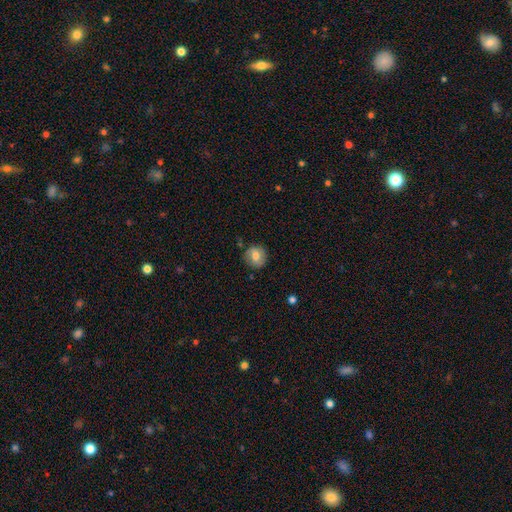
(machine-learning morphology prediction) Smooth or featured: smooth — 72% (featured or disk — 19%)
How rounded: round — 87% (in between — 12%)
Merging: none — 82% (minor disturbance — 13%)